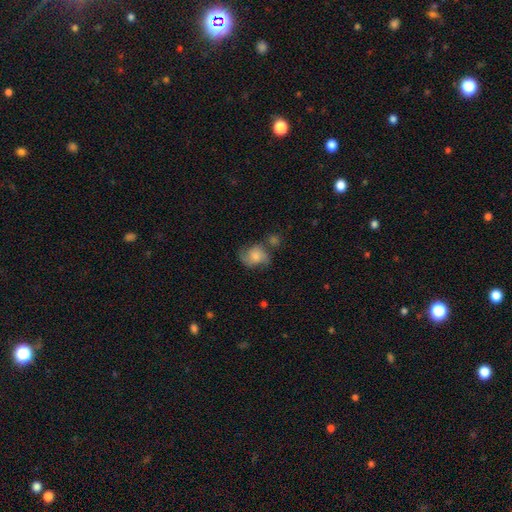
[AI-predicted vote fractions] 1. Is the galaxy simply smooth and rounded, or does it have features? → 52% featured or disk, 39% smooth, 9% star or artifact.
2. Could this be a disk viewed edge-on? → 97% no, 3% yes.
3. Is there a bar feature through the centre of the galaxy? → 70% no, 26% weak, 4% strong.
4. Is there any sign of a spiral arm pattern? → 88% yes, 12% no.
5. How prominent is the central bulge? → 39% moderate, 38% small, 12% none, 10% large, 2% dominant.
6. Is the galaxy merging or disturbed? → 52% none, 23% minor disturbance, 13% major disturbance, 12% merger.